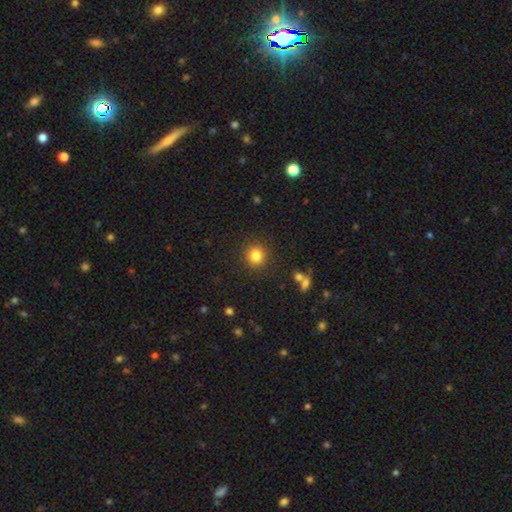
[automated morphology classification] smooth-or-featured: smooth: 83% | star or artifact: 11% | featured or disk: 6%
  how-rounded: round: 91% | in between: 9% | cigar-shaped: 1%
  merging: none: 89% | minor disturbance: 6% | major disturbance: 2% | merger: 2%